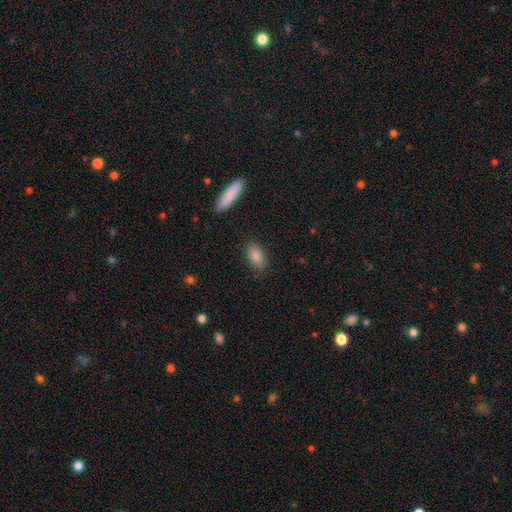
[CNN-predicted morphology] smooth_or_featured: smooth (p=0.86) [alt: star or artifact p=0.08]
how_rounded: in between (p=0.88) [alt: cigar-shaped p=0.06]
merging: none (p=0.85) [alt: minor disturbance p=0.10]